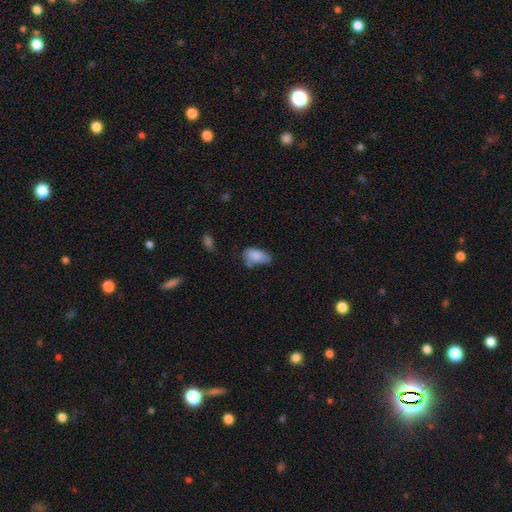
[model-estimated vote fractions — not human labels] This appears to be a smooth galaxy with no disk features (83%) that is in between round and cigar-shaped (92%). Merging: none (43%).